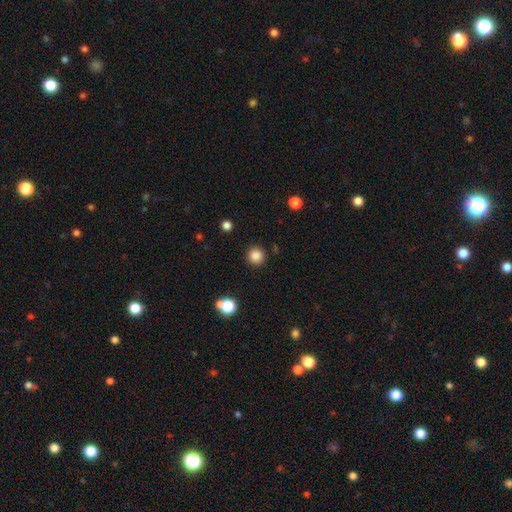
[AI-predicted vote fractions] Smooth or featured?
  - smooth: 85% *
  - star or artifact: 11%
  - featured or disk: 3%
How rounded?
  - round: 94% *
  - in between: 5%
  - cigar-shaped: 1%
Merging?
  - none: 91% *
  - minor disturbance: 6%
  - major disturbance: 2%
  - merger: 2%